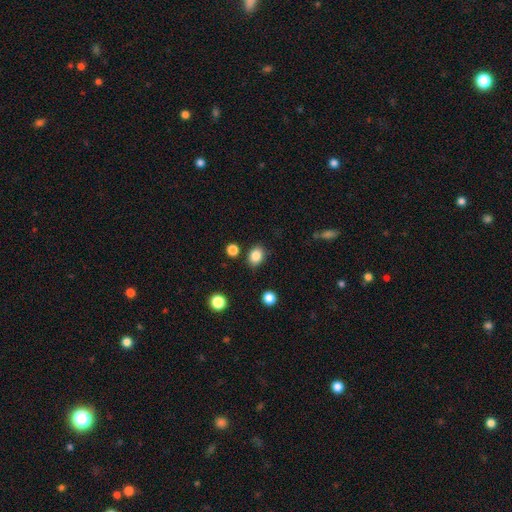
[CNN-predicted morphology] smooth_or_featured: smooth (p=0.85) [alt: star or artifact p=0.10]
how_rounded: in between (p=0.58) [alt: round p=0.41]
merging: none (p=0.82) [alt: minor disturbance p=0.11]